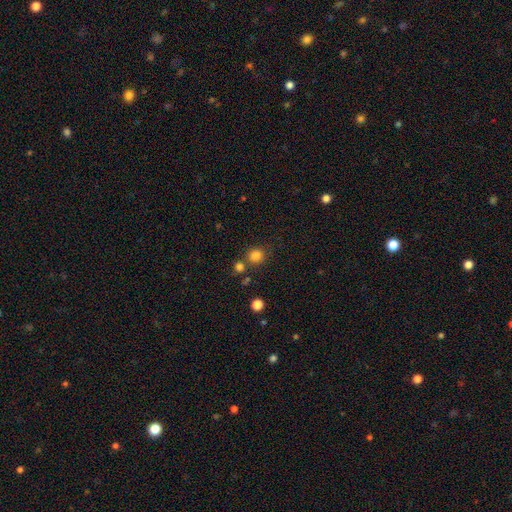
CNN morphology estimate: smooth-or-featured: smooth: 82% | star or artifact: 13% | featured or disk: 5%
  how-rounded: round: 88% | in between: 11% | cigar-shaped: 1%
  merging: none: 74% | merger: 13% | minor disturbance: 9% | major disturbance: 3%